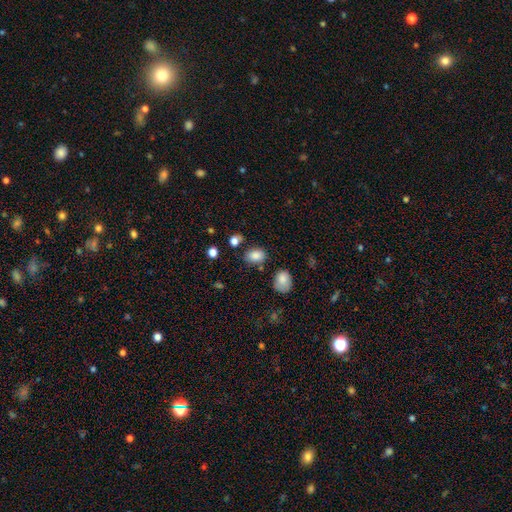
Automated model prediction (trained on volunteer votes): A smooth galaxy with no disk features (84%) that is in between round and cigar-shaped (74%).

Vote fractions:
- Smooth or featured? smooth: 84% / star or artifact: 10% / featured or disk: 6%
- How rounded? in between: 74% / round: 25% / cigar-shaped: 1%
- Merging? none: 75% / minor disturbance: 15% / merger: 6% / major disturbance: 4%